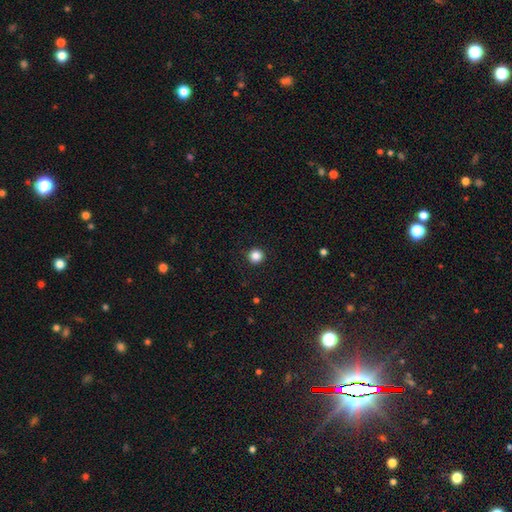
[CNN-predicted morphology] A smooth galaxy with no disk features (86%) that is round (96%). Merging: none (93%).